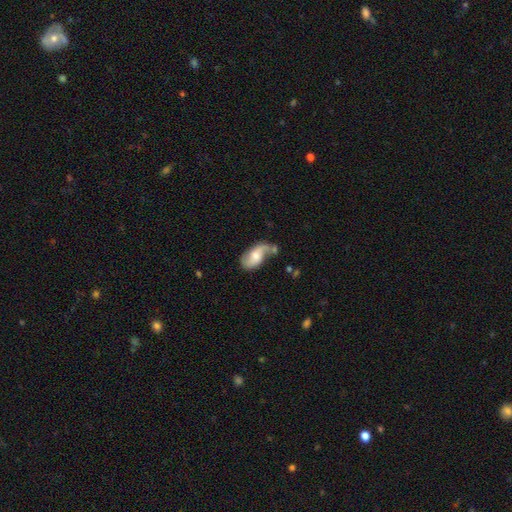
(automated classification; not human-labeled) featured or disk 56%, smooth 37%, star or artifact 7%. Down the decision tree: edge-on disk — no (95%); bar — no (51%); spiral arms — yes (84%); bulge size — moderate (52%); merging — none (39%).